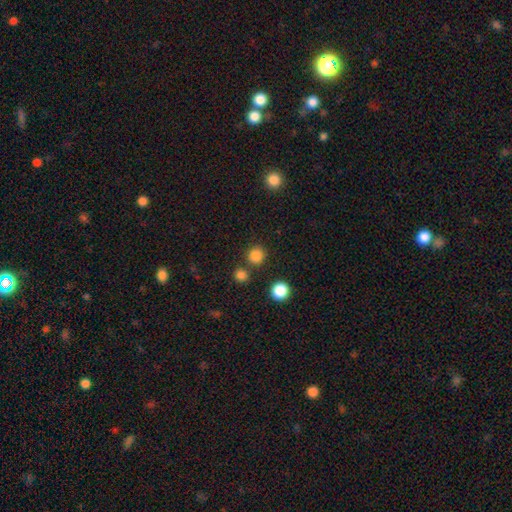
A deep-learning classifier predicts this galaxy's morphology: Smooth or featured? smooth (82%)
How rounded? round (92%)
Merging? none (82%)